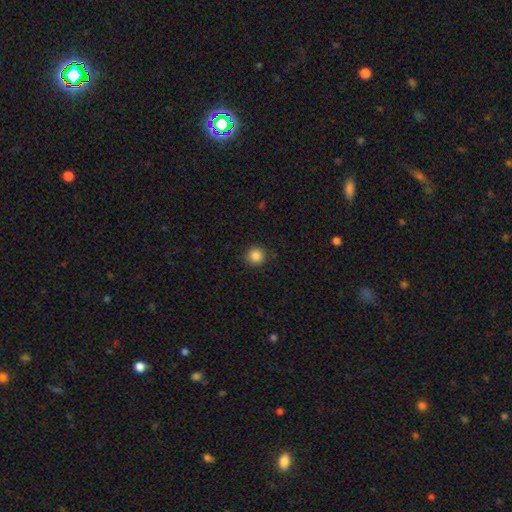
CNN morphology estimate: smooth 86%, star or artifact 10%, featured or disk 3%. Down the decision tree: how rounded — round (94%); merging — none (88%).